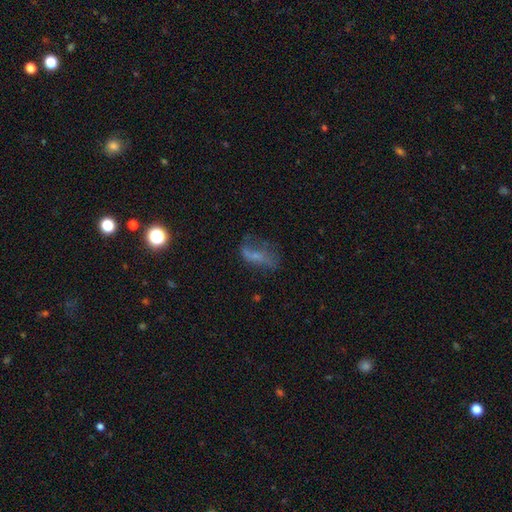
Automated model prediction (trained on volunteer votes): A featured or disk galaxy (46%).

Vote fractions:
- Smooth or featured? featured or disk: 46% / smooth: 38% / star or artifact: 15%
- Merging? none: 41% / major disturbance: 29% / minor disturbance: 25% / merger: 5%